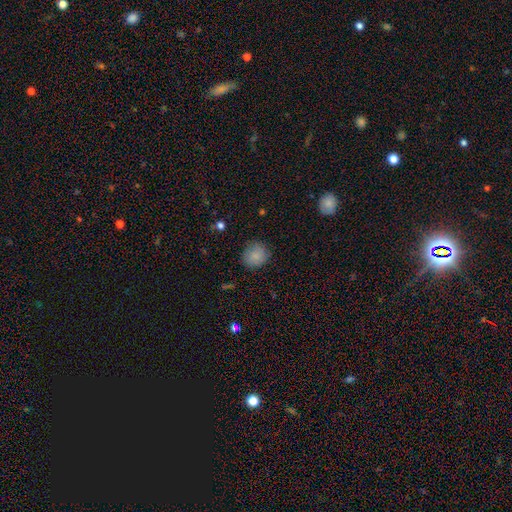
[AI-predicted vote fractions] Morphology: type=smooth (85%); roundness=round (80%); merging=none (82%).